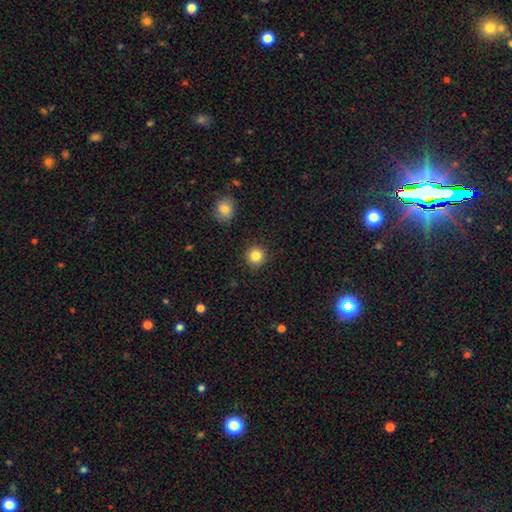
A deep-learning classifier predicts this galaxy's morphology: Smooth or featured: smooth — 85% (star or artifact — 10%)
How rounded: round — 94% (in between — 5%)
Merging: none — 91% (minor disturbance — 5%)